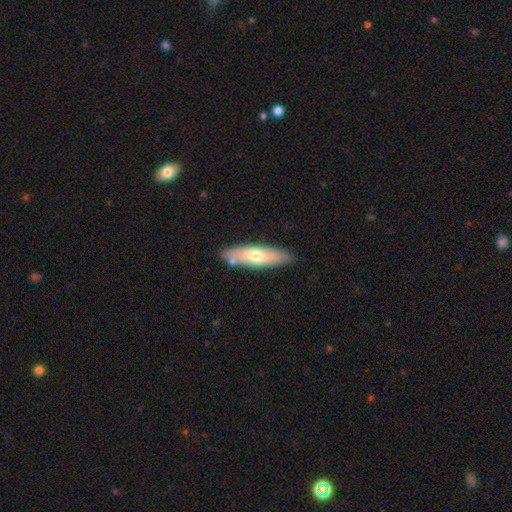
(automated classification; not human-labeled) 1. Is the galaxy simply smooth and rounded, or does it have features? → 59% smooth, 35% featured or disk, 6% star or artifact.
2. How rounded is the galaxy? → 59% cigar-shaped, 39% in between, 2% round.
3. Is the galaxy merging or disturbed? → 81% none, 11% minor disturbance, 5% merger, 2% major disturbance.